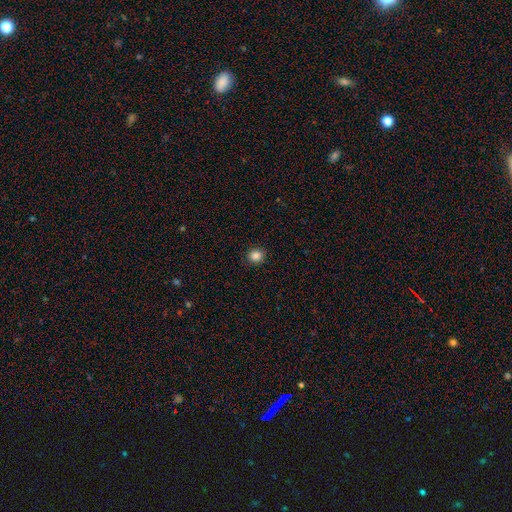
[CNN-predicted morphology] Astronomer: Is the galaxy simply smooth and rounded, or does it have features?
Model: smooth — 85%.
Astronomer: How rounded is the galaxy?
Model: round — 86%.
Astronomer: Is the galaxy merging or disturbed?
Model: none — 91%.